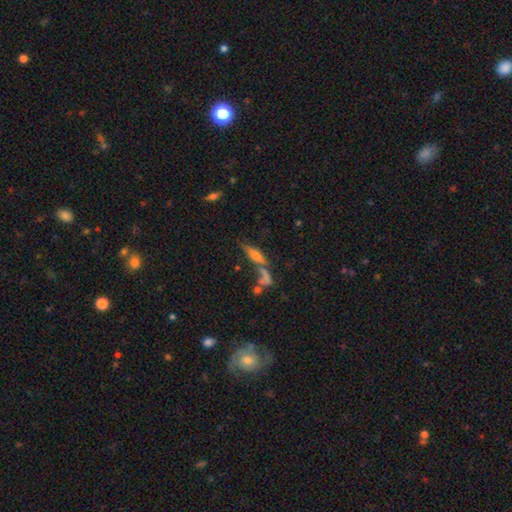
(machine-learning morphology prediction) A smooth galaxy with no disk features (45%). Merging: none (43%).